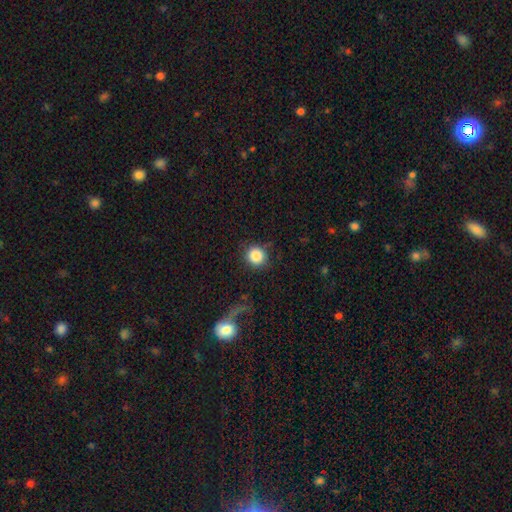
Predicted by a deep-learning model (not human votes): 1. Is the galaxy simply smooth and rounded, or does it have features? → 85% smooth, 9% star or artifact, 6% featured or disk.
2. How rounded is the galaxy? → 89% round, 10% in between, 1% cigar-shaped.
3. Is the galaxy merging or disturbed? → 77% none, 12% minor disturbance, 7% major disturbance, 4% merger.